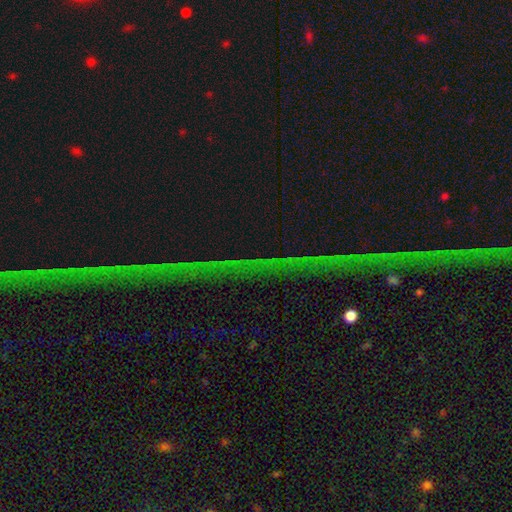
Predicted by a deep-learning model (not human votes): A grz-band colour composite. It shows a star or artifact, not a galaxy (85%).